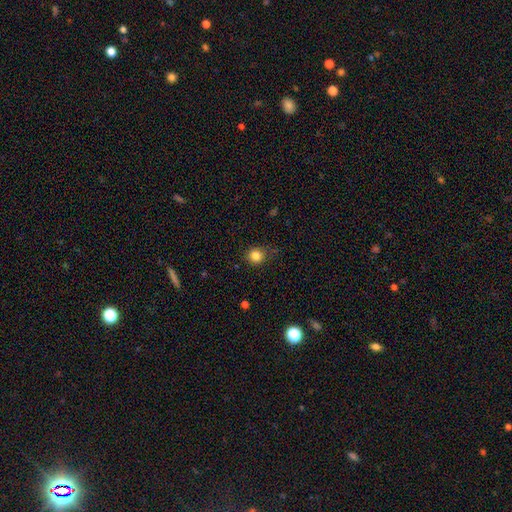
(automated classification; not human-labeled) This appears to be a smooth galaxy with no disk features (83%) that is round (88%). Merging: none (80%).